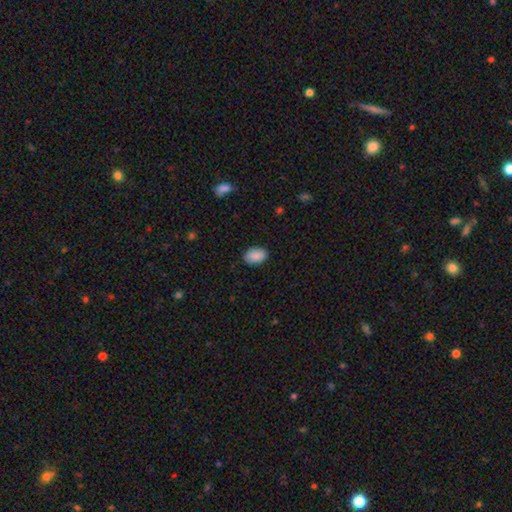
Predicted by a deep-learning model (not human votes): Smooth or featured? smooth (90%)
How rounded? in between (89%)
Merging? none (88%)